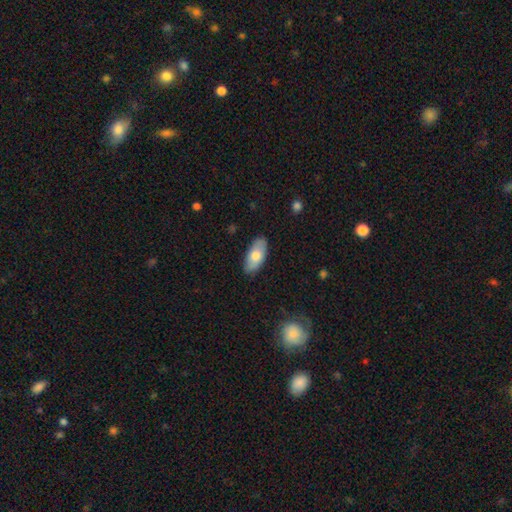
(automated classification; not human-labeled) This appears to be a smooth galaxy with no disk features (70%) that is in between round and cigar-shaped (90%). Merging: none (85%).